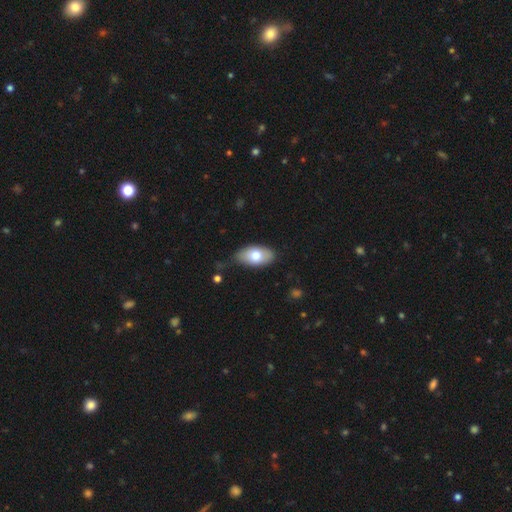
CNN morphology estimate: Overall: smooth (70%). How rounded: in between (92%). Merging: none (69%).